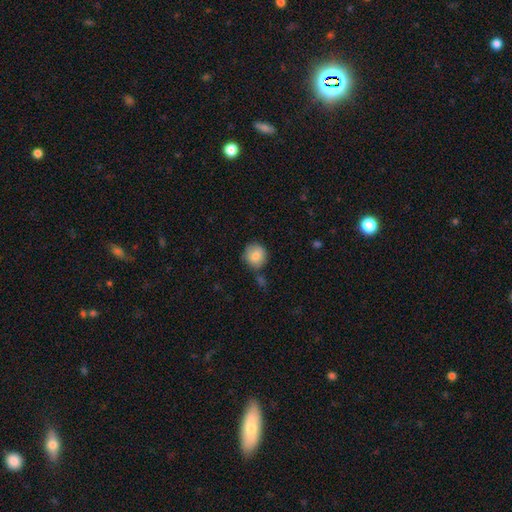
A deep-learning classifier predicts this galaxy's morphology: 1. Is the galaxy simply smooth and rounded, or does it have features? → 85% smooth, 8% featured or disk, 8% star or artifact.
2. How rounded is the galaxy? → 90% round, 9% in between, 1% cigar-shaped.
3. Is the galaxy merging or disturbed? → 71% none, 17% minor disturbance, 9% merger, 4% major disturbance.